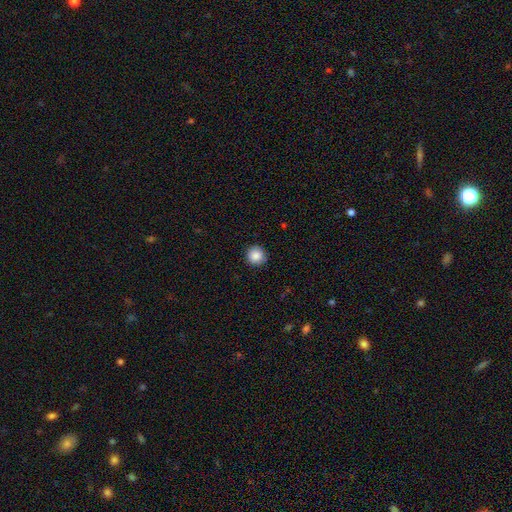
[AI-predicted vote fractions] Morphology: type=smooth (87%); roundness=round (94%); merging=none (90%).